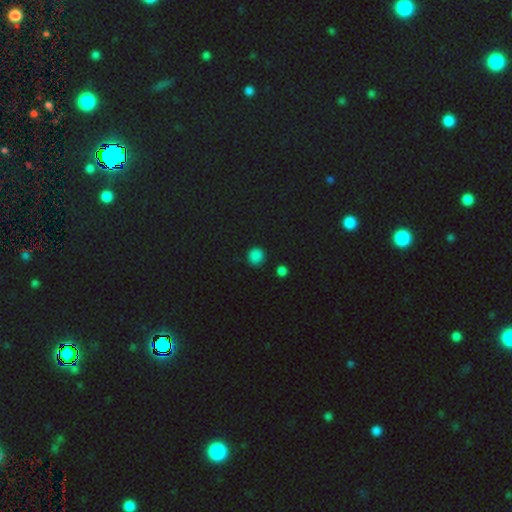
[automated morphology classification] This is clearly a smooth galaxy (82%). How rounded: clearly round (91%). Merging: clearly none (88%).